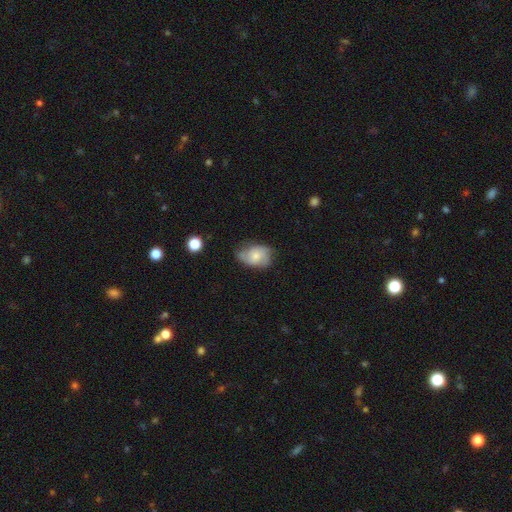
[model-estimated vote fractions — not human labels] smooth_or_featured: smooth (p=0.50) [alt: featured or disk p=0.42]
how_rounded: in between (p=0.77) [alt: round p=0.22]
merging: none (p=0.52) [alt: minor disturbance p=0.34]